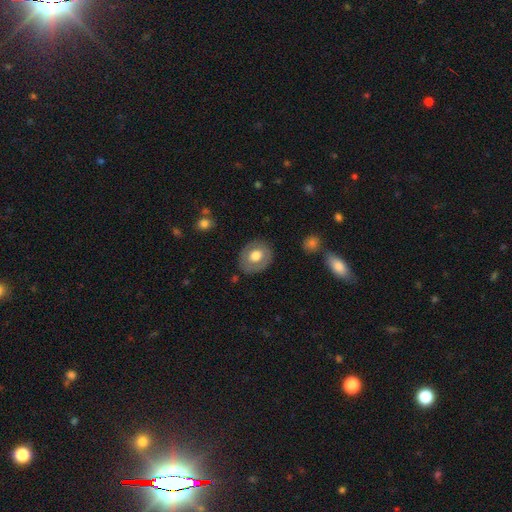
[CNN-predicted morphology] type=smooth (62%); roundness=round (57%); merging=none (84%).